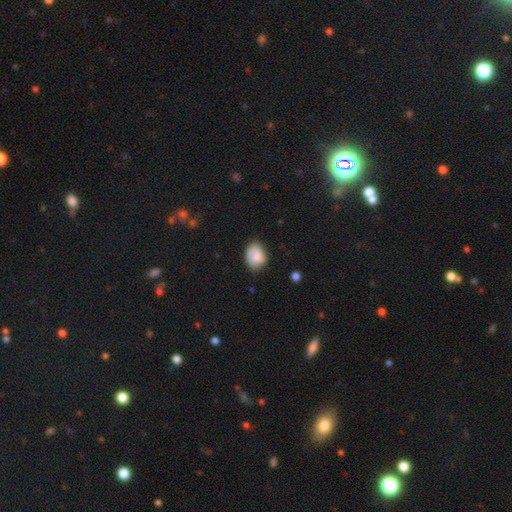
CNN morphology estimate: smooth 72%, featured or disk 20%, star or artifact 8%. Down the decision tree: how rounded — in between (67%); merging — none (68%).